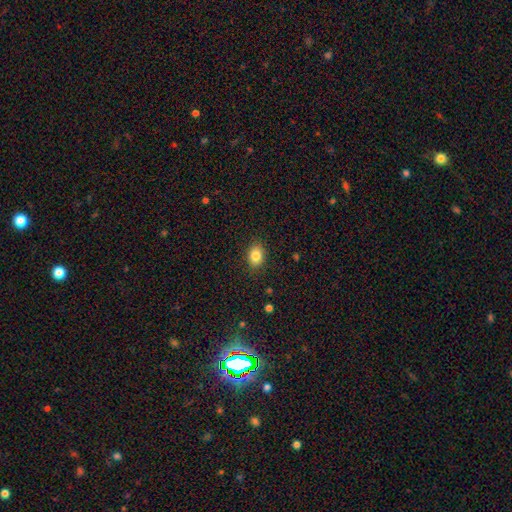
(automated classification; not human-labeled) A smooth galaxy with no disk features (84%) that is in between round and cigar-shaped (66%).

Vote fractions:
- Smooth or featured? smooth: 84% / star or artifact: 10% / featured or disk: 6%
- How rounded? in between: 66% / round: 33% / cigar-shaped: 1%
- Merging? none: 87% / minor disturbance: 9% / major disturbance: 2% / merger: 1%